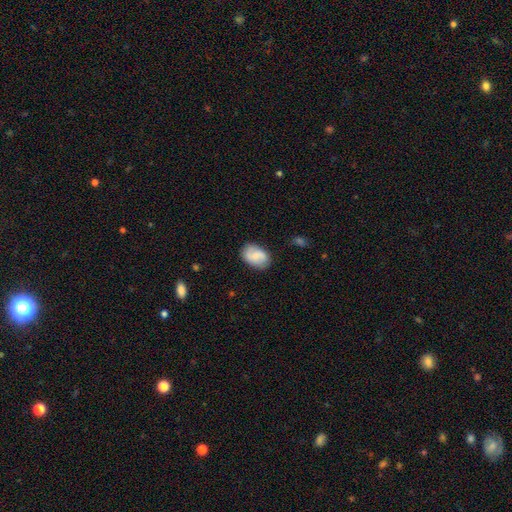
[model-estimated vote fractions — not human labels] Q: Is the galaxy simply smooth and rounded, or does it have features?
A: smooth — 56%.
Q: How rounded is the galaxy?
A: in between — 83%.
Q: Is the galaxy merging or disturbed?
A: none — 80%.